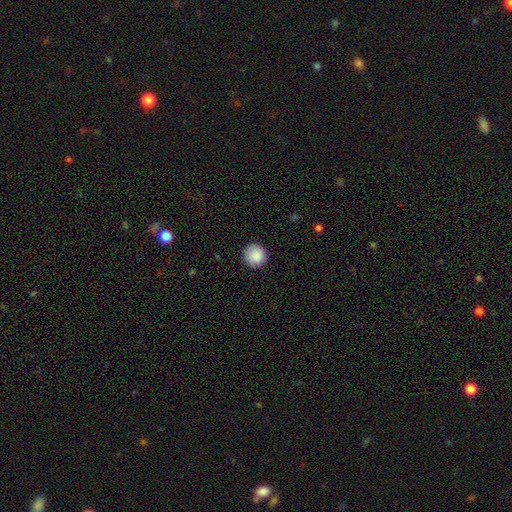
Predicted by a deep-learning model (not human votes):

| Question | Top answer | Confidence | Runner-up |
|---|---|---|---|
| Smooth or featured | smooth | 89% | star or artifact (8%) |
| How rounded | round | 94% | in between (5%) |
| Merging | none | 89% | minor disturbance (8%) |